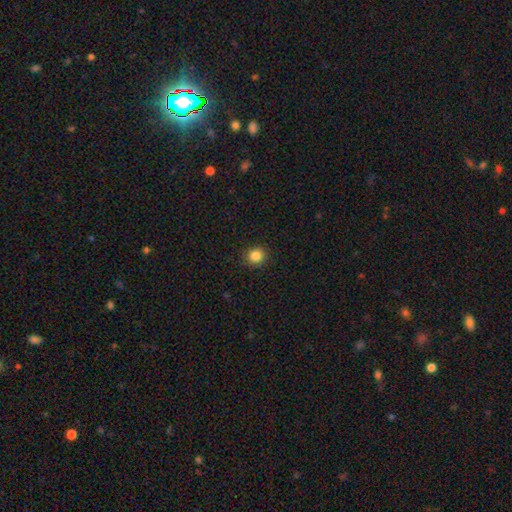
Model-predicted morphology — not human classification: smooth 85%, star or artifact 11%, featured or disk 4%. Down the decision tree: how rounded — round (89%); merging — none (91%).